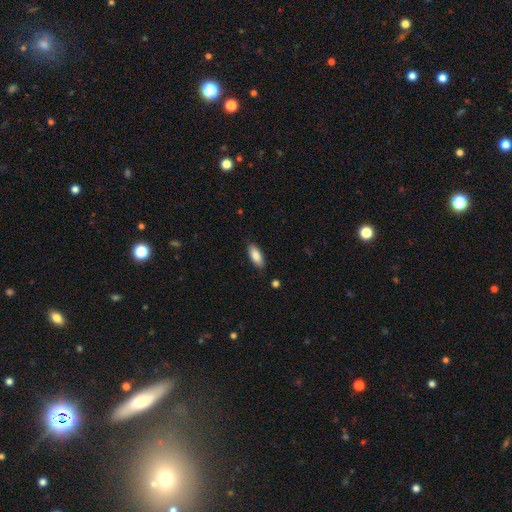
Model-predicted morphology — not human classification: Smooth or featured?
  - smooth: 85% *
  - featured or disk: 8%
  - star or artifact: 6%
How rounded?
  - in between: 83% *
  - cigar-shaped: 16%
  - round: 2%
Merging?
  - none: 84% *
  - minor disturbance: 13%
  - major disturbance: 2%
  - merger: 1%